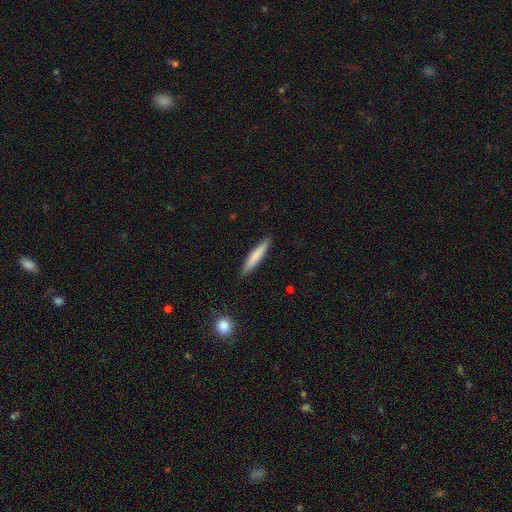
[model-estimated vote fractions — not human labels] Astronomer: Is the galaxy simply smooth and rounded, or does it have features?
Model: smooth — 76%.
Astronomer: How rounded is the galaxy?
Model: cigar-shaped — 92%.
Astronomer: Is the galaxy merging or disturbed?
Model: none — 89%.